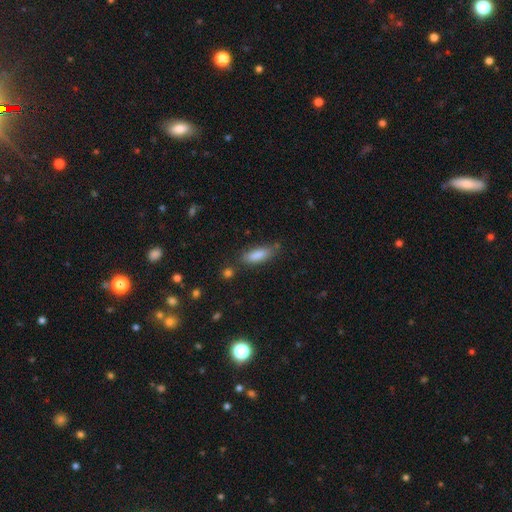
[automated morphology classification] smooth_or_featured: smooth (p=0.84) [alt: featured or disk p=0.09]
how_rounded: in between (p=0.60) [alt: cigar-shaped p=0.38]
merging: none (p=0.70) [alt: minor disturbance p=0.20]